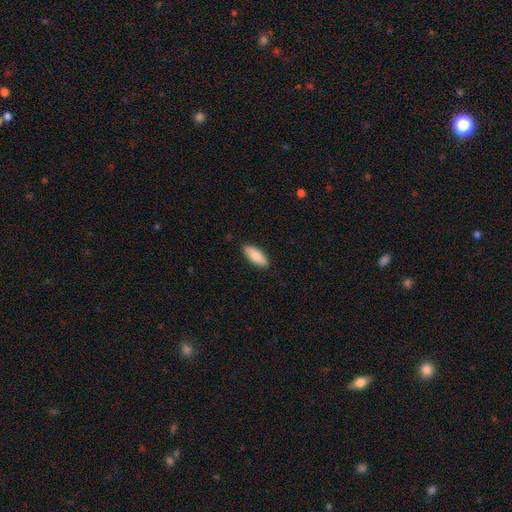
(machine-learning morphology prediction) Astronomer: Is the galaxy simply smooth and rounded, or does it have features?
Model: smooth — 84%.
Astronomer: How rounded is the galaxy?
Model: in between — 77%.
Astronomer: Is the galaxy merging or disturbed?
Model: none — 88%.